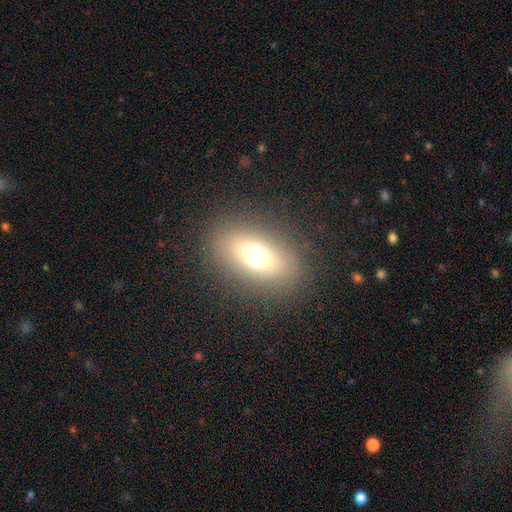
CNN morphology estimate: Q: Smooth or featured?
A: smooth (67%); runner-up: featured or disk (21%)
Q: How rounded?
A: in between (79%); runner-up: round (14%)
Q: Merging?
A: none (86%); runner-up: minor disturbance (9%)